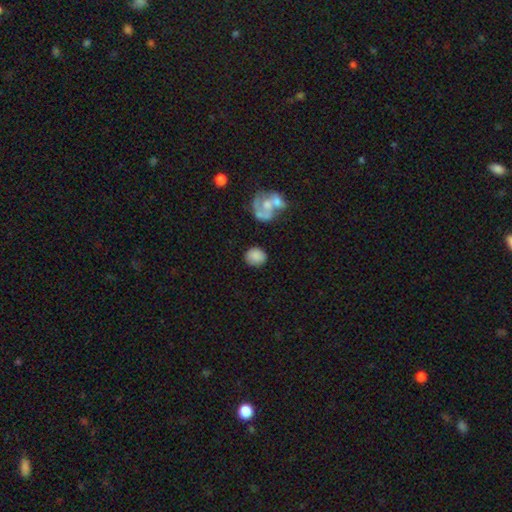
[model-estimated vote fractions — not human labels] Smooth or featured? smooth (82%)
How rounded? round (65%)
Merging? none (77%)